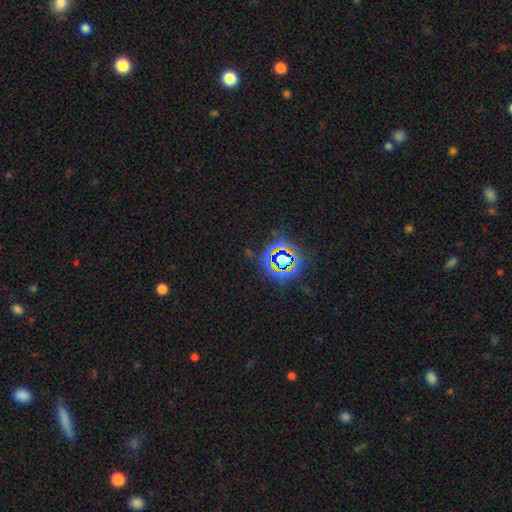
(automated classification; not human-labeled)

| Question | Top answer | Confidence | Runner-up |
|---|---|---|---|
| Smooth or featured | star or artifact | 76% | smooth (14%) |